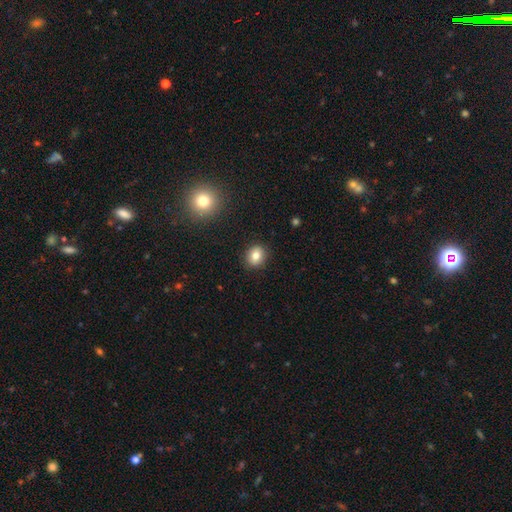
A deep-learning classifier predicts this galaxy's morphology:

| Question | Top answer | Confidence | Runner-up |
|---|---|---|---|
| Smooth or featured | smooth | 81% | star or artifact (10%) |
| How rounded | round | 56% | in between (43%) |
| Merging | none | 89% | minor disturbance (8%) |